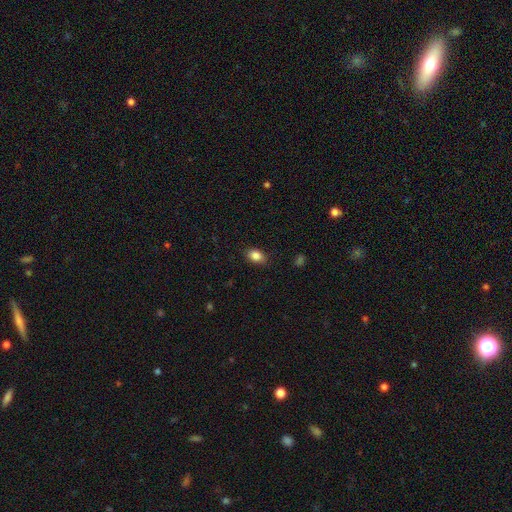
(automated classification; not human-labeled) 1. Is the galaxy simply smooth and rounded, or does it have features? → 86% smooth, 8% star or artifact, 6% featured or disk.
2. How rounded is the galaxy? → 83% in between, 15% round, 2% cigar-shaped.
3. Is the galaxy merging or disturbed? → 85% none, 12% minor disturbance, 3% major disturbance, 1% merger.